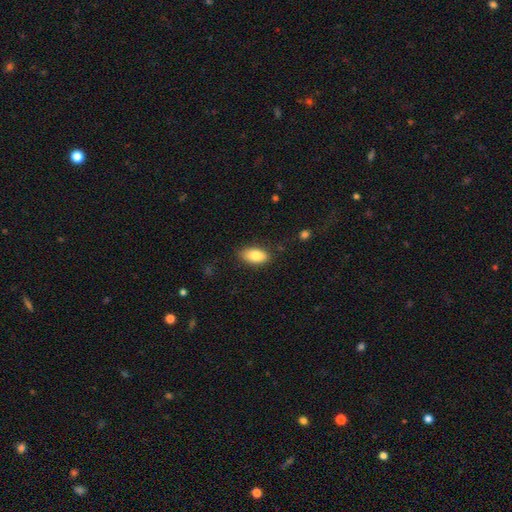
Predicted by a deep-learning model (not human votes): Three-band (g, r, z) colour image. It shows a smooth galaxy with no disk features (83%) that is in between round and cigar-shaped (93%). Merging: none (84%).